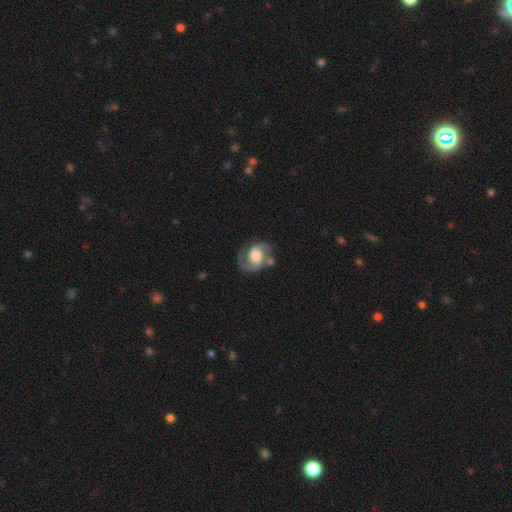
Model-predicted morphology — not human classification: A featured or disk galaxy (82%) with no bar (49%), 2 (90%) medium (55%) spiral arms (94%) and a moderate central bulge (41%). Merging: none (68%).